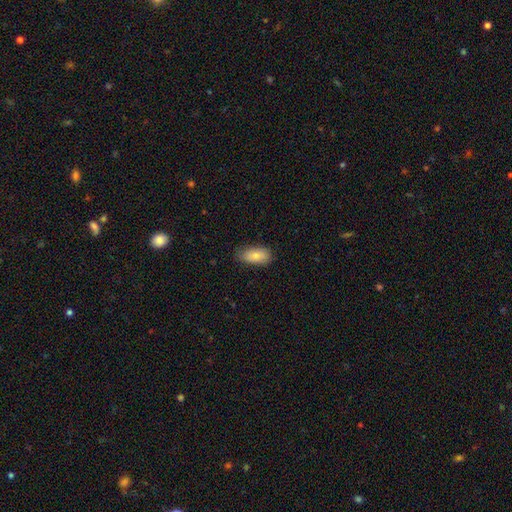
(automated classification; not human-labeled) Overall: smooth (82%). How rounded: in between (92%). Merging: none (78%).